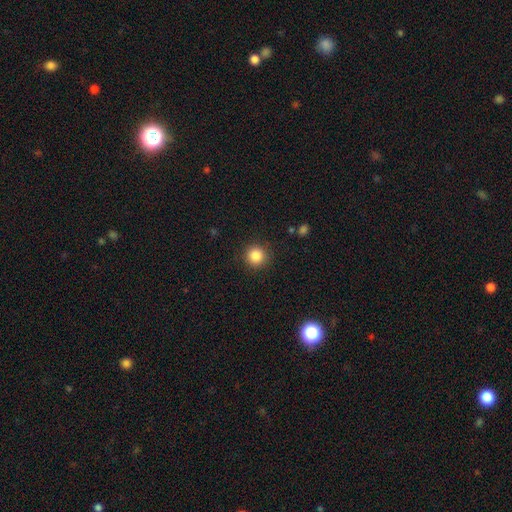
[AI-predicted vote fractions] Morphology: type=smooth (85%); roundness=round (95%); merging=none (91%).